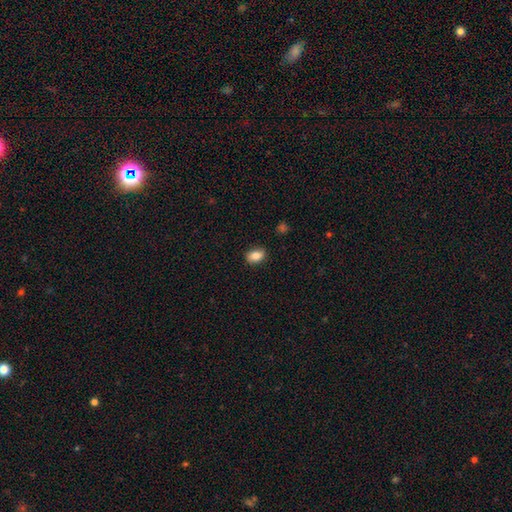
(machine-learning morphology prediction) Smooth or featured? smooth (84%)
How rounded? in between (81%)
Merging? none (87%)